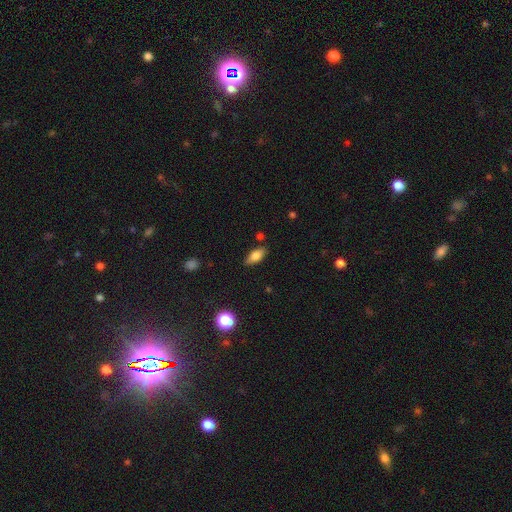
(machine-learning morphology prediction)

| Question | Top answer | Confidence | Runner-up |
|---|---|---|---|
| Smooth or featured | smooth | 75% | featured or disk (17%) |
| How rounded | in between | 80% | cigar-shaped (16%) |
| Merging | none | 84% | minor disturbance (11%) |